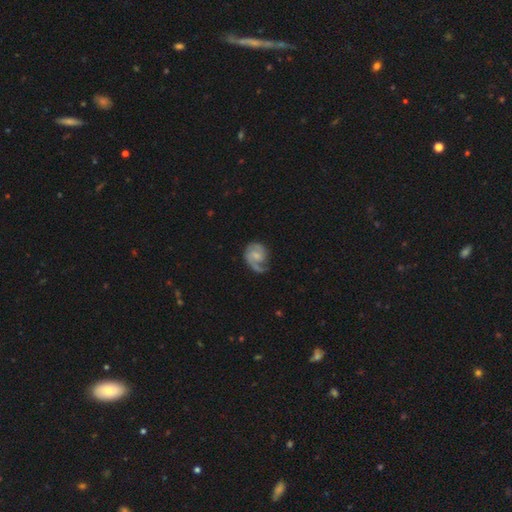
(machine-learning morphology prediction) This appears to be a featured or disk galaxy (80%) with no bar (51%), 2 (67%) medium (47%) spiral arms (96%) and a small central bulge (52%). Merging: none (59%).